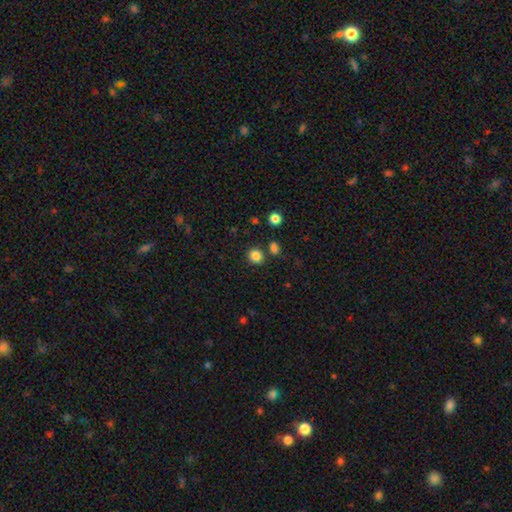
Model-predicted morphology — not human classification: smooth_or_featured: smooth (p=0.84) [alt: star or artifact p=0.12]
how_rounded: round (p=0.85) [alt: in between p=0.14]
merging: none (p=0.81) [alt: minor disturbance p=0.08]